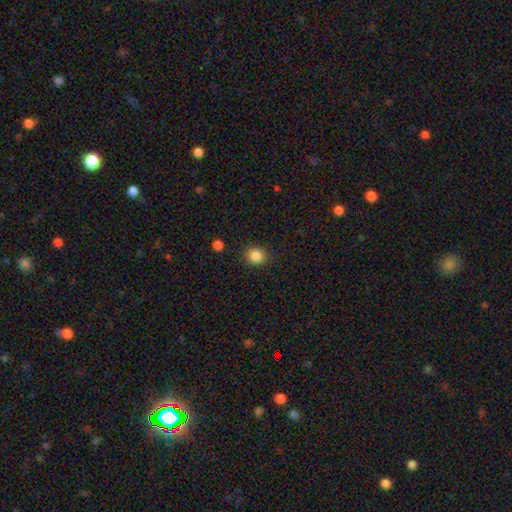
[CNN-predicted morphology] Overall: smooth (85%). How rounded: round (80%). Merging: none (89%).